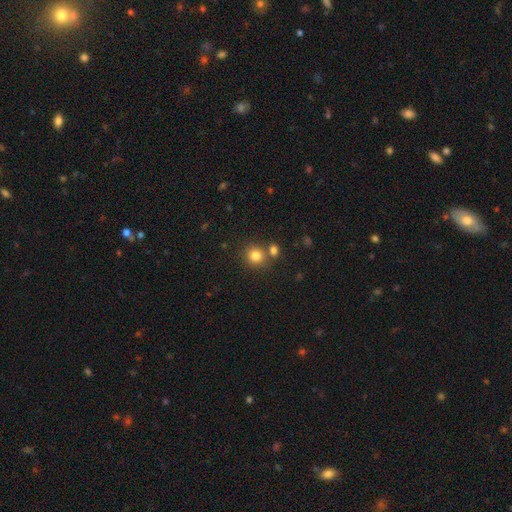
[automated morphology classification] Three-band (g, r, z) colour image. It shows a smooth galaxy with no disk features (81%) that is round (87%). Merging: none (68%).